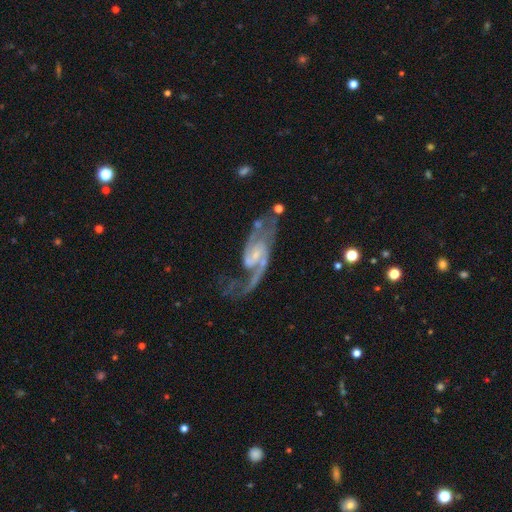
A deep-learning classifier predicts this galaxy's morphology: This is clearly a featured or disk galaxy (90%). It is clearly not viewed edge-on (96%). Bar: possibly weak (49%). Spiral arm pattern: clearly yes (97%). Spiral arm count: clearly 2 (87%). Spiral winding: possibly medium (48%). Central bulge: likely small (65%). Merging: possibly none (51%).